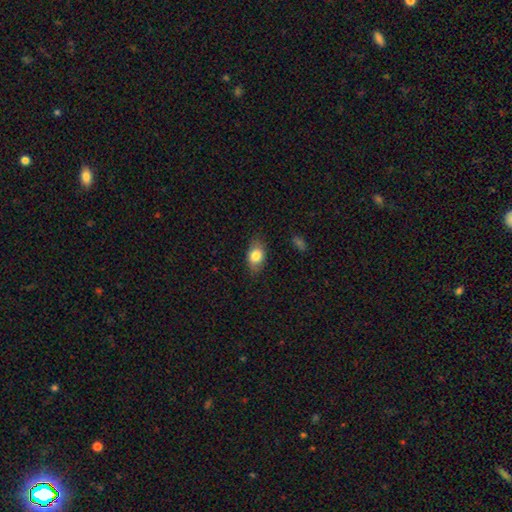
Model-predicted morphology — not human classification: Smooth or featured? Predicted: smooth (p=0.81). How rounded? Predicted: in between (p=0.84). Merging? Predicted: none (p=0.81).